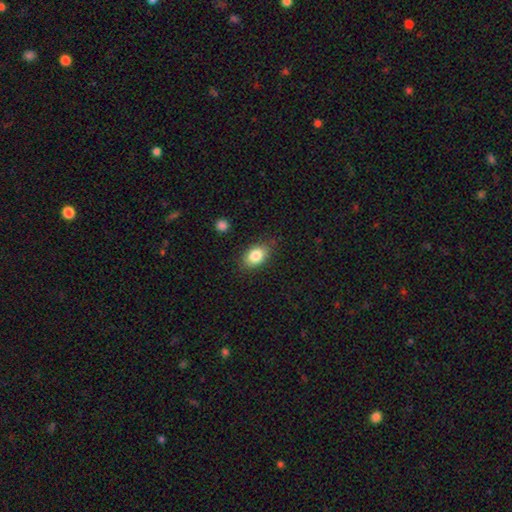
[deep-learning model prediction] Smooth or featured?
  - smooth: 84% *
  - featured or disk: 8%
  - star or artifact: 8%
How rounded?
  - in between: 86% *
  - round: 12%
  - cigar-shaped: 2%
Merging?
  - none: 82% *
  - minor disturbance: 14%
  - major disturbance: 3%
  - merger: 2%